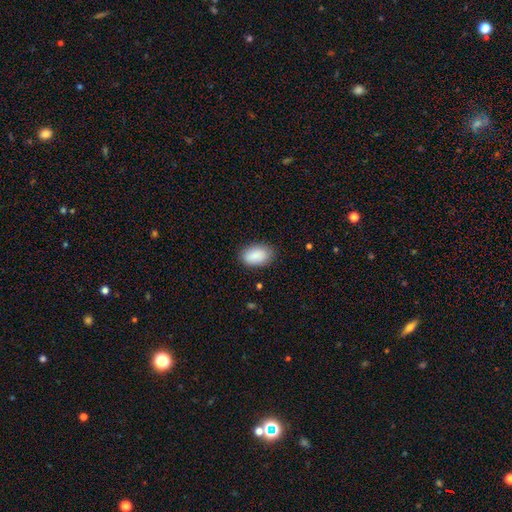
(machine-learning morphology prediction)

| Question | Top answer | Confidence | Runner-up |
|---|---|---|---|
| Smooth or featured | smooth | 89% | star or artifact (6%) |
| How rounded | in between | 92% | round (7%) |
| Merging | none | 83% | minor disturbance (13%) |